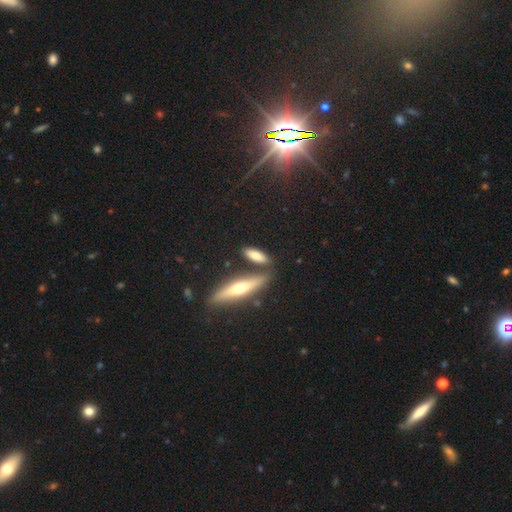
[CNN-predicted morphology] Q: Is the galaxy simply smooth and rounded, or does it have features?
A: smooth — 76%.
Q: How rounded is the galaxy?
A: in between — 52%.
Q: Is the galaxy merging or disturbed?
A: none — 70%.